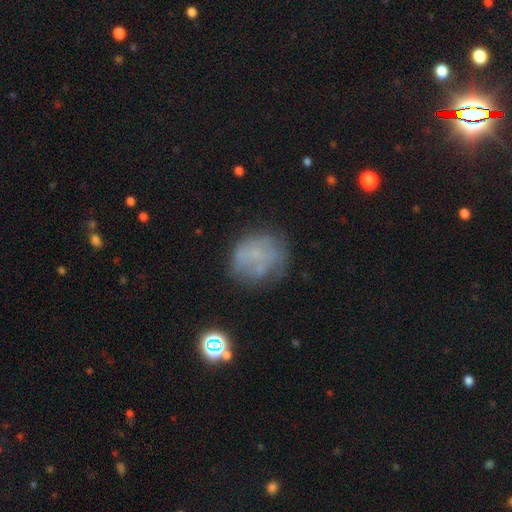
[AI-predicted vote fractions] smooth_or_featured: smooth (p=0.53) [alt: featured or disk p=0.30]
how_rounded: round (p=0.76) [alt: in between p=0.23]
merging: none (p=0.57) [alt: minor disturbance p=0.22]